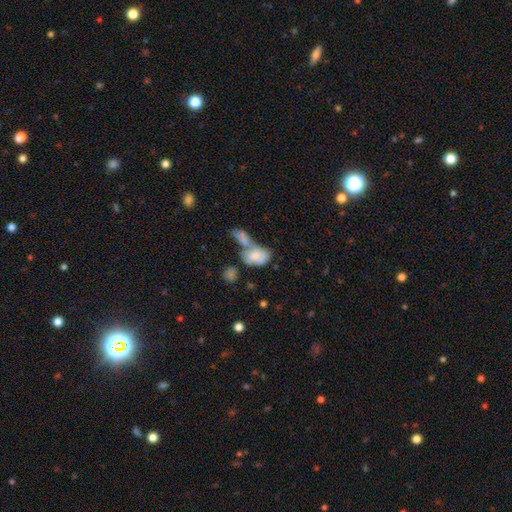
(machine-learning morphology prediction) smooth_or_featured: smooth (p=0.72) [alt: featured or disk p=0.19]
how_rounded: in between (p=0.86) [alt: round p=0.12]
merging: merger (p=0.65) [alt: none p=0.16]